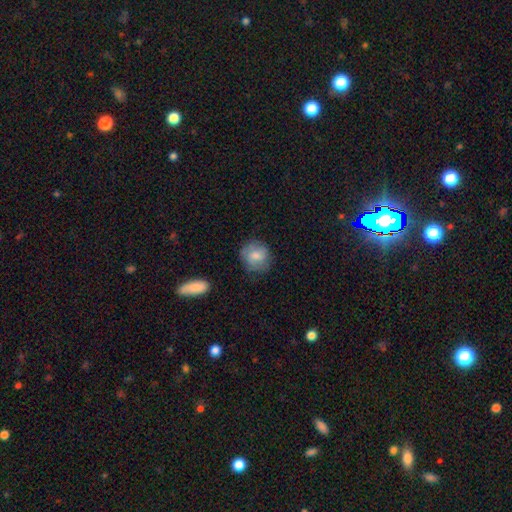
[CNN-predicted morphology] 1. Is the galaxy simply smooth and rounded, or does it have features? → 70% smooth, 22% featured or disk, 7% star or artifact.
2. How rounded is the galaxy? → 80% round, 19% in between, 1% cigar-shaped.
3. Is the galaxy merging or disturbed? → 72% none, 20% minor disturbance, 6% major disturbance, 2% merger.